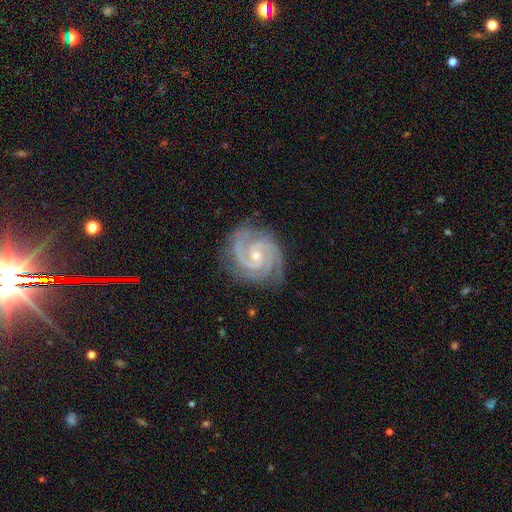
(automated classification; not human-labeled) featured or disk 94%, star or artifact 4%, smooth 2%. Down the decision tree: edge-on disk — no (98%); bar — no (60%); spiral arms — yes (99%); spiral arm count — 3 (40%); spiral winding — tight (73%); bulge size — small (68%); merging — none (81%).